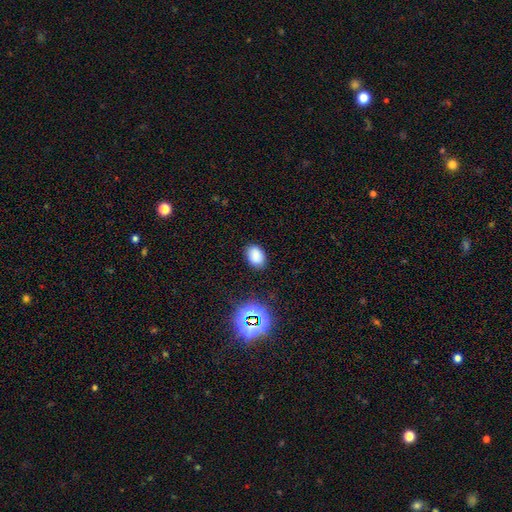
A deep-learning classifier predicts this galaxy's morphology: Q: Smooth or featured?
A: smooth (81%); runner-up: star or artifact (14%)
Q: How rounded?
A: in between (81%); runner-up: round (18%)
Q: Merging?
A: none (84%); runner-up: minor disturbance (11%)